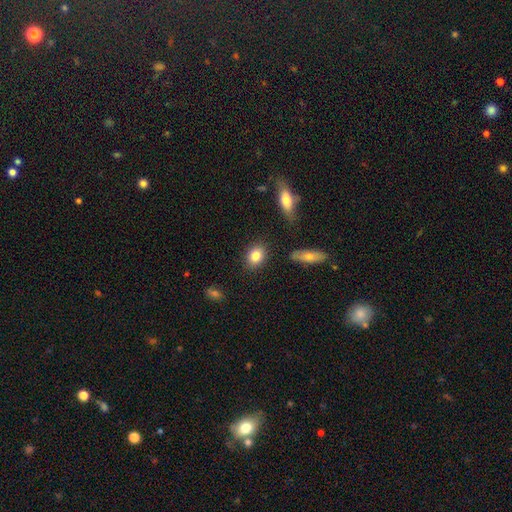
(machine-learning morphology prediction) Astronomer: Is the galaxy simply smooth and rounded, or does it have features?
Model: smooth — 83%.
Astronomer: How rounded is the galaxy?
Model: in between — 58% (runner-up: round, 40%).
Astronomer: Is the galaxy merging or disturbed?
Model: none — 86%.